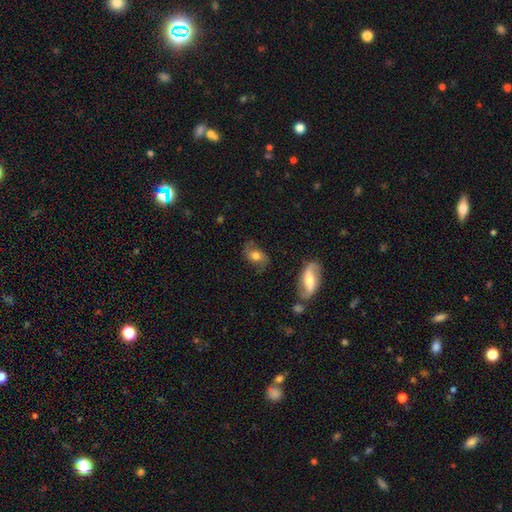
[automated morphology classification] This appears to be a smooth galaxy with no disk features (46%). Merging: none (68%).